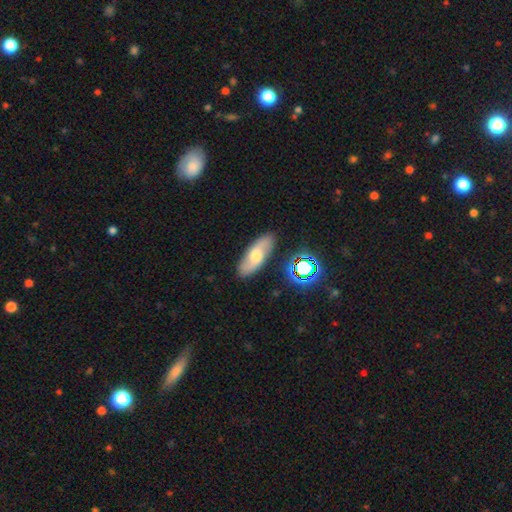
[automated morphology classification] This is possibly a featured or disk galaxy (51%). It is clearly not viewed edge-on (81%). Merging: clearly none (85%).